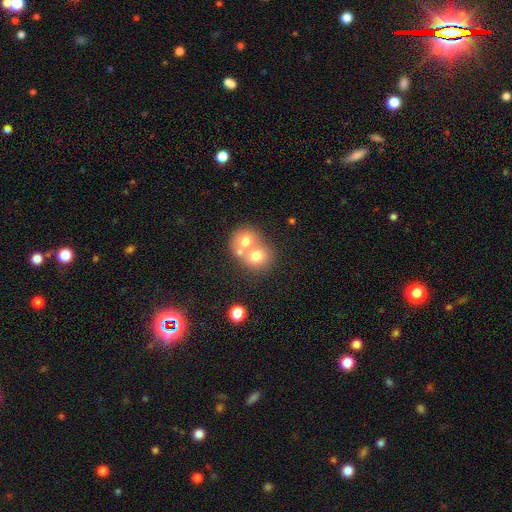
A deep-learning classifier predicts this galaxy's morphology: type=smooth (67%); roundness=round (73%); merging=merger (65%).